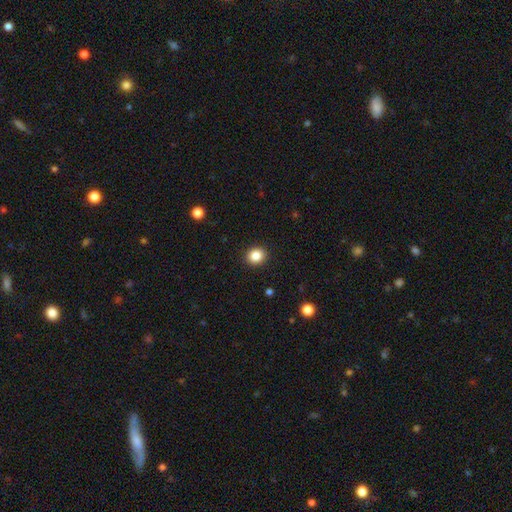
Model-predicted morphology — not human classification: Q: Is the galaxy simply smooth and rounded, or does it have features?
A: smooth — 86%.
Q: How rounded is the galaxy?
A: round — 77%.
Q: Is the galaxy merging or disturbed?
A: none — 92%.